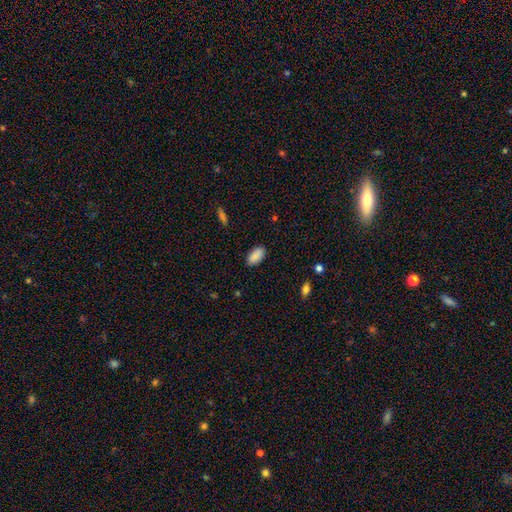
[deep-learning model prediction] Smooth or featured? Predicted: smooth (p=0.90). How rounded? Predicted: in between (p=0.93). Merging? Predicted: none (p=0.88).